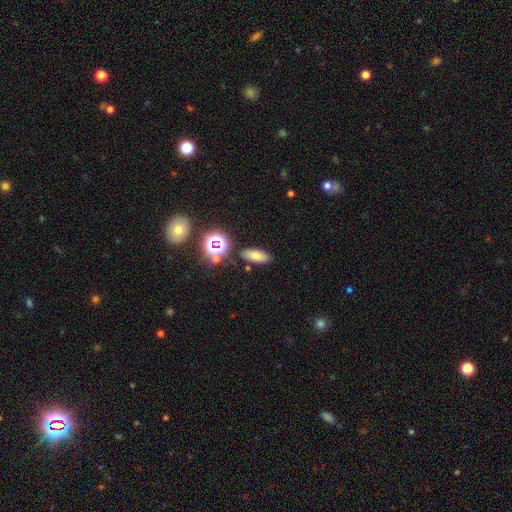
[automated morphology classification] Smooth or featured? smooth (69%)
How rounded? in between (76%)
Merging? none (84%)